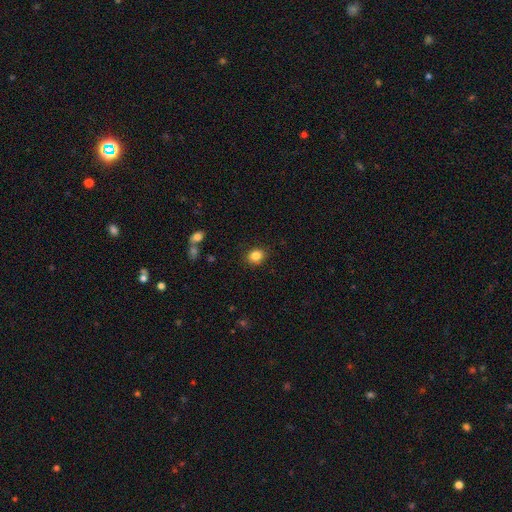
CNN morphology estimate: Smooth or featured?
  - smooth: 85% *
  - star or artifact: 10%
  - featured or disk: 5%
How rounded?
  - round: 68% *
  - in between: 31%
  - cigar-shaped: 1%
Merging?
  - none: 87% *
  - minor disturbance: 9%
  - major disturbance: 2%
  - merger: 1%